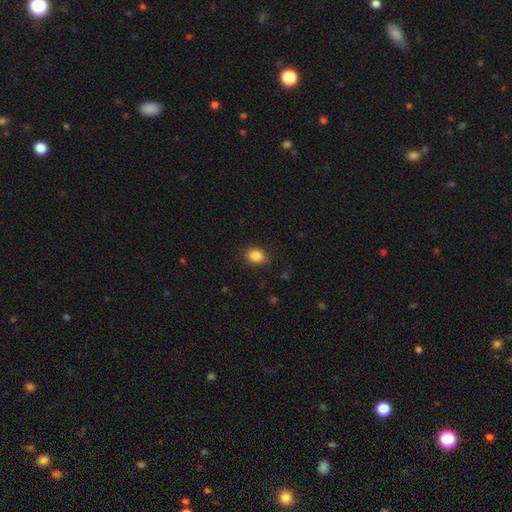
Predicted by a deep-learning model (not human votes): The model was most divided on "how rounded": in between: 63%, round: 36%, cigar-shaped: 1%. More confident: smooth or featured — smooth (86%); merging — none (84%).